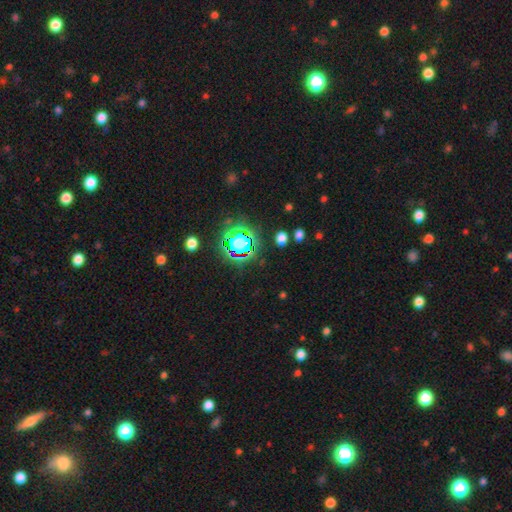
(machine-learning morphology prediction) smooth-or-featured: star or artifact: 79% | smooth: 13% | featured or disk: 8%